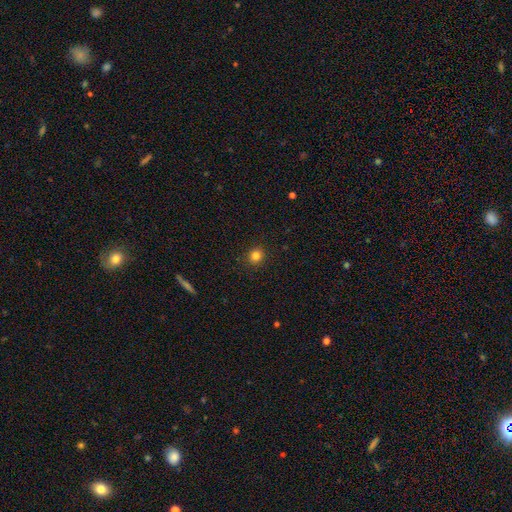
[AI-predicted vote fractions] Smooth or featured?
  - smooth: 82% *
  - star or artifact: 13%
  - featured or disk: 5%
How rounded?
  - round: 87% *
  - in between: 12%
  - cigar-shaped: 1%
Merging?
  - none: 91% *
  - minor disturbance: 6%
  - major disturbance: 2%
  - merger: 1%